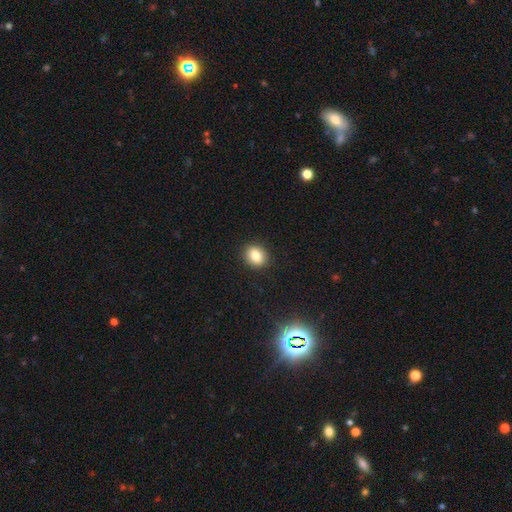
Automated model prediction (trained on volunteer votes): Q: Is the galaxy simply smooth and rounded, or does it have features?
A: smooth — 83%.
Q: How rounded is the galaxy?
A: round — 53%.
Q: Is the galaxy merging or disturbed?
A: none — 90%.